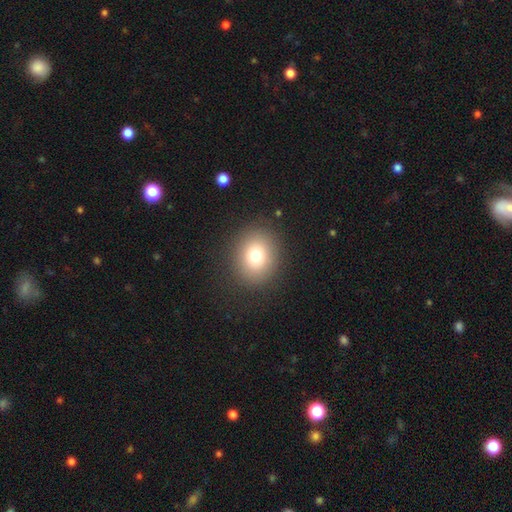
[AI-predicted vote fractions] Morphology: type=smooth (76%); roundness=round (72%); merging=none (88%).